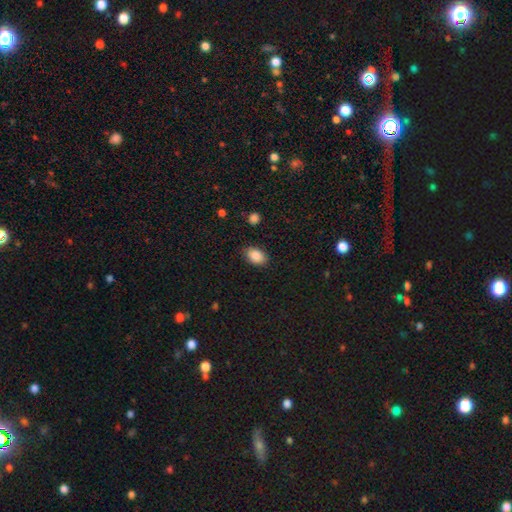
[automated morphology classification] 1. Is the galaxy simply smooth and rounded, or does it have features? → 86% smooth, 8% star or artifact, 6% featured or disk.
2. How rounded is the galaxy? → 84% in between, 15% round, 1% cigar-shaped.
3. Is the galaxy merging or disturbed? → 86% none, 10% minor disturbance, 2% major disturbance, 1% merger.